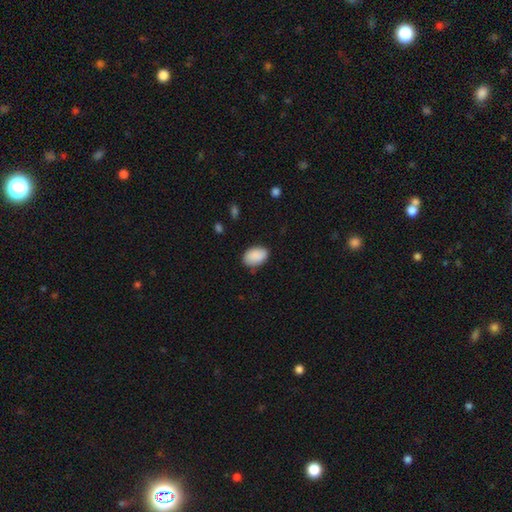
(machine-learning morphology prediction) The model was most divided on "merging": none: 79%, minor disturbance: 17%, major disturbance: 3%, merger: 1%. More confident: smooth or featured — smooth (89%); how rounded — in between (87%).